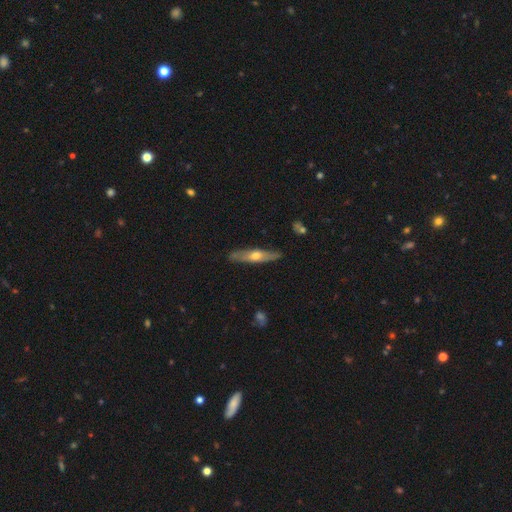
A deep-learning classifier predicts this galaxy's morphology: smooth-or-featured: featured or disk: 58% | smooth: 37% | star or artifact: 5%
  disk-edge-on: yes: 83% | no: 17%
  merging: none: 87% | minor disturbance: 10% | major disturbance: 2% | merger: 1%